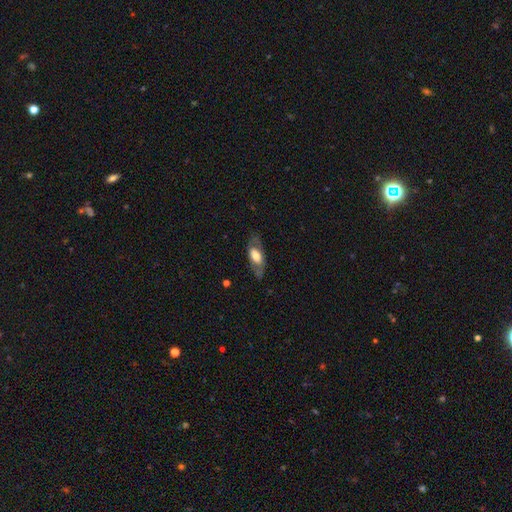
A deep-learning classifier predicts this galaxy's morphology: type=smooth (48%); merging=none (73%).